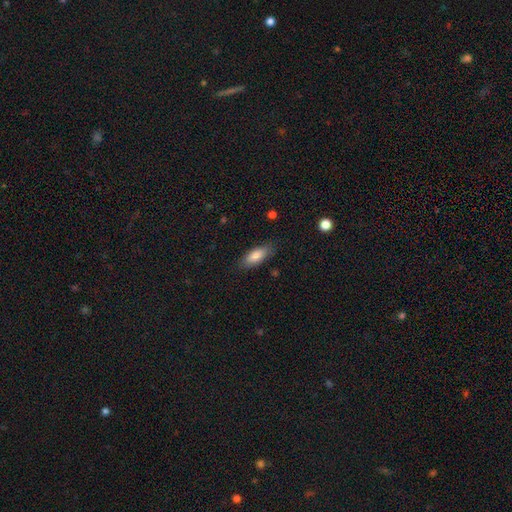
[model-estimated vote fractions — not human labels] smooth-or-featured: smooth: 83% | featured or disk: 11% | star or artifact: 6%
  how-rounded: in between: 74% | cigar-shaped: 24% | round: 2%
  merging: none: 82% | minor disturbance: 14% | major disturbance: 3% | merger: 1%